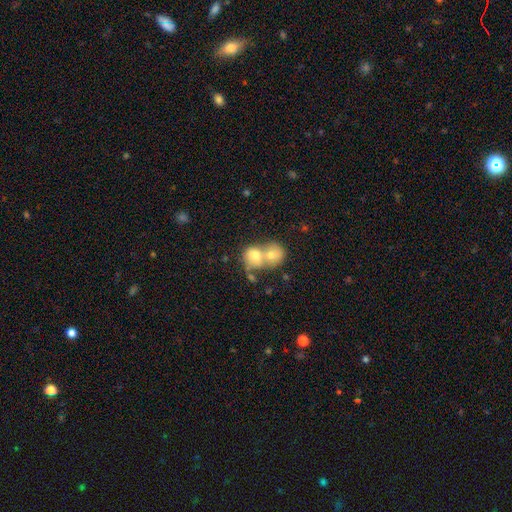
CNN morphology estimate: Smooth or featured? smooth (70%)
How rounded? round (62%)
Merging? merger (75%)